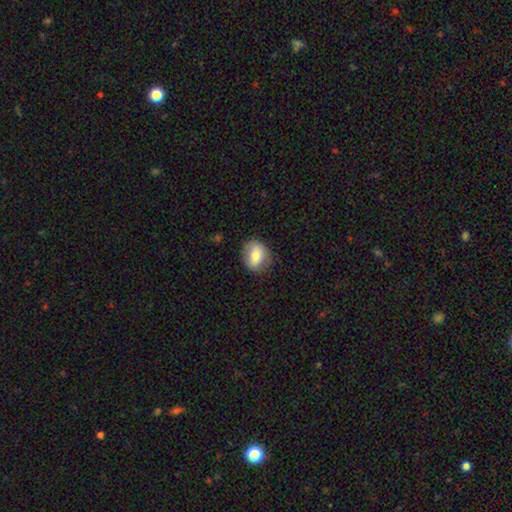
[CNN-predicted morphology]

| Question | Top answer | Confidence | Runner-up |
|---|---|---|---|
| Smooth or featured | smooth | 72% | featured or disk (20%) |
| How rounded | round | 53% | in between (45%) |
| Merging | none | 80% | minor disturbance (15%) |